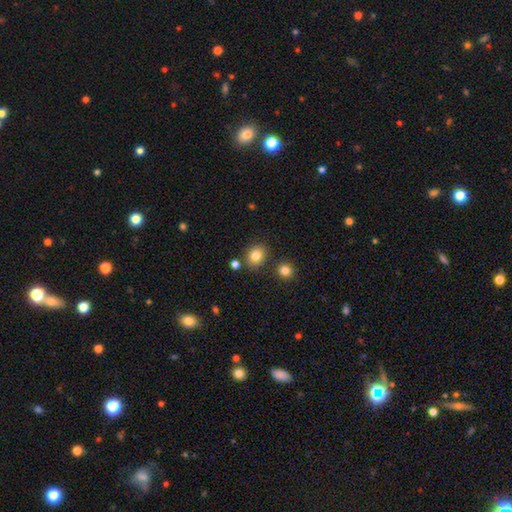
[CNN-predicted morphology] A smooth galaxy with no disk features (82%) that is round (69%).

Vote fractions:
- Smooth or featured? smooth: 82% / star or artifact: 11% / featured or disk: 7%
- How rounded? round: 69% / in between: 30% / cigar-shaped: 1%
- Merging? none: 82% / minor disturbance: 9% / merger: 6% / major disturbance: 3%